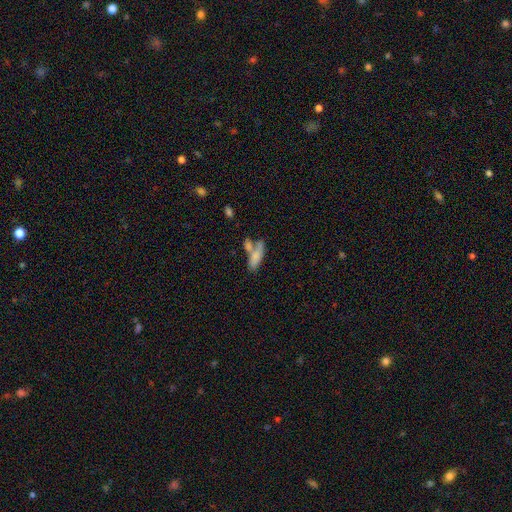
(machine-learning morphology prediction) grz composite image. It shows a smooth galaxy with no disk features (74%) that is in between round and cigar-shaped (59%). Merging: merger (45%).